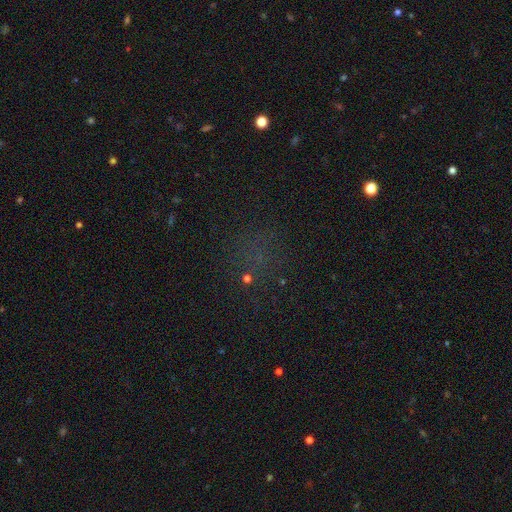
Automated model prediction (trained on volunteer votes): A star or artifact, not a galaxy (56%).